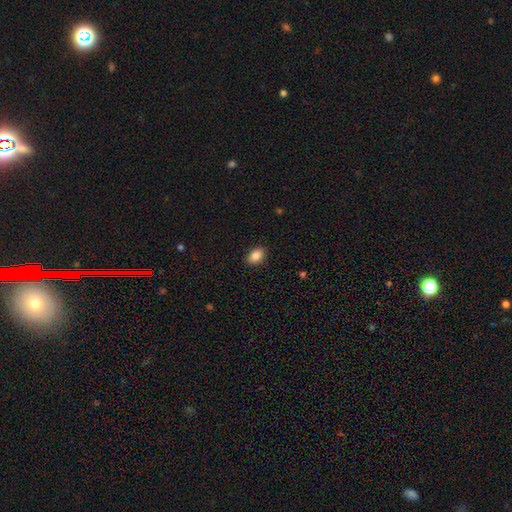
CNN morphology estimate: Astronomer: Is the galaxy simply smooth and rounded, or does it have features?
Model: smooth — 87%.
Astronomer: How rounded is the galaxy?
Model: in between — 85%.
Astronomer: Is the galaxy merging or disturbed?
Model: none — 89%.